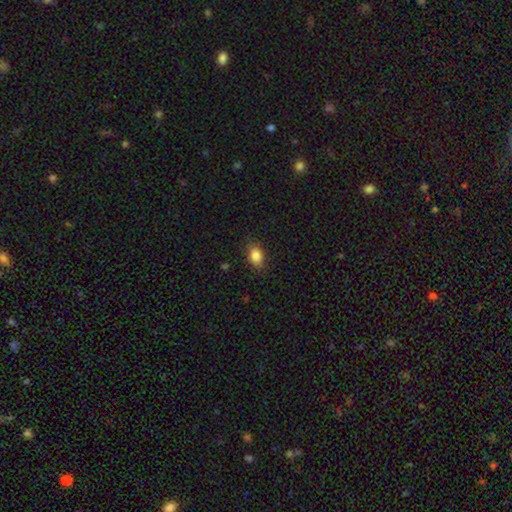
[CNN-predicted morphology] smooth 86%, star or artifact 9%, featured or disk 6%. Down the decision tree: how rounded — in between (80%); merging — none (85%).